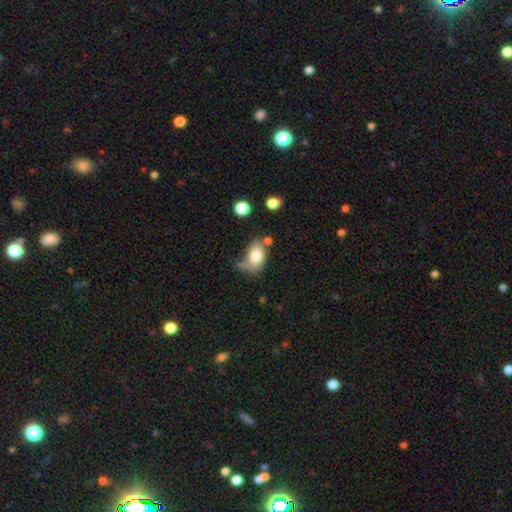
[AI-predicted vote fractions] The model was most divided on "merging": none: 37%, minor disturbance: 27%, major disturbance: 19%, merger: 16%. More confident: how rounded — in between (83%); smooth or featured — smooth (77%).